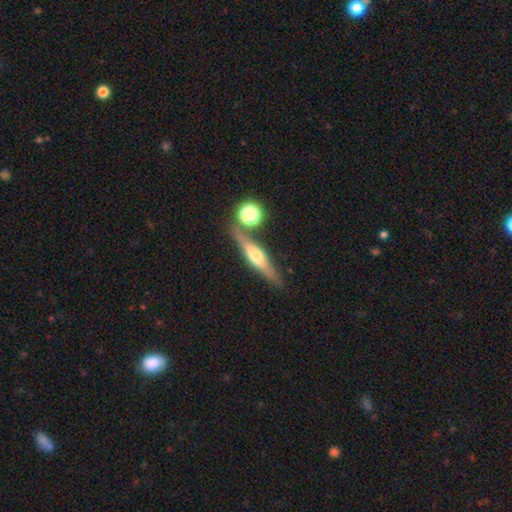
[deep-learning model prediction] Smooth or featured? featured or disk (60%)
Edge-on disk? yes (93%)
Edge-on bulge? rounded (87%)
Merging? none (77%)